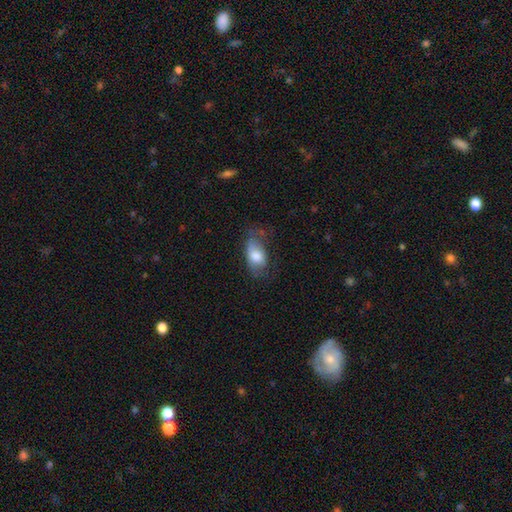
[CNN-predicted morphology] Smooth or featured? Predicted: smooth (p=0.75). How rounded? Predicted: in between (p=0.90). Merging? Predicted: none (p=0.42).